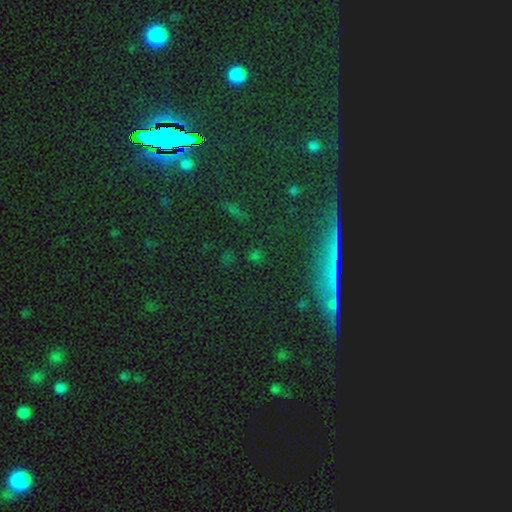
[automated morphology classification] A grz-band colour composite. It shows a star or artifact, not a galaxy (75%).